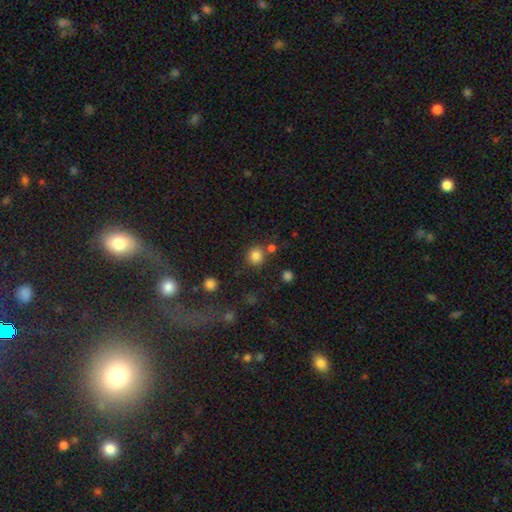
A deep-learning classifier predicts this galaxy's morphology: This appears to be a smooth galaxy with no disk features (82%) that is round (90%). Merging: none (76%).